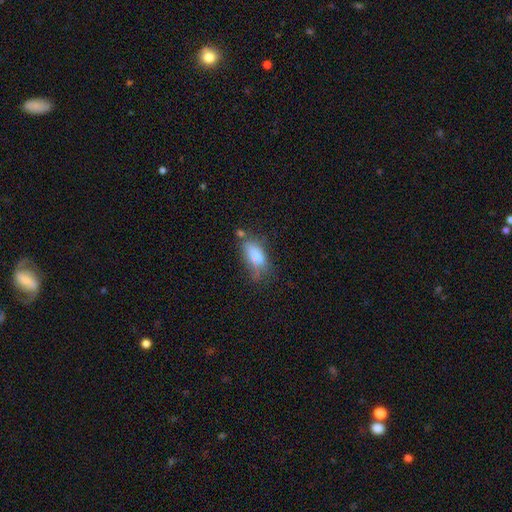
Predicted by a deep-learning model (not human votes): smooth 75%, featured or disk 15%, star or artifact 10%. Down the decision tree: how rounded — in between (84%); merging — none (39%).